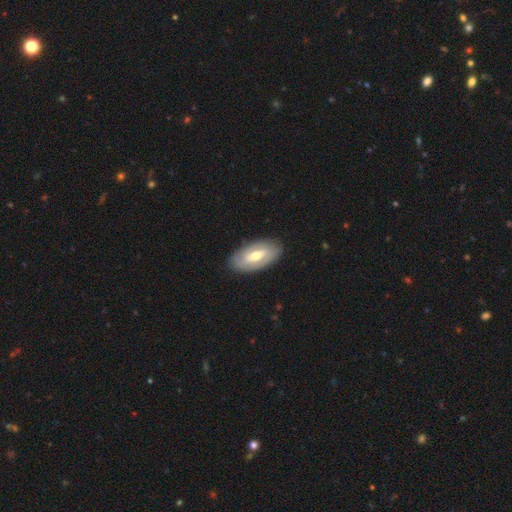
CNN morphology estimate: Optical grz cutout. It shows a featured or disk galaxy (58%) with a weak bar (44%), no spiral arms (50%, tied with yes) and a moderate central bulge (67%). Merging: none (85%).